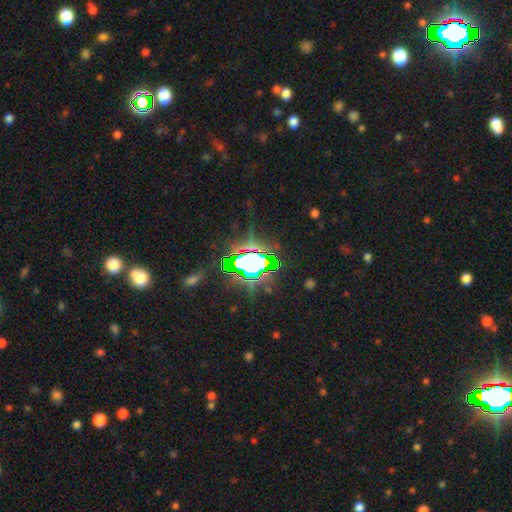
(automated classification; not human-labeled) Smooth or featured: star or artifact — 78% (featured or disk — 11%)